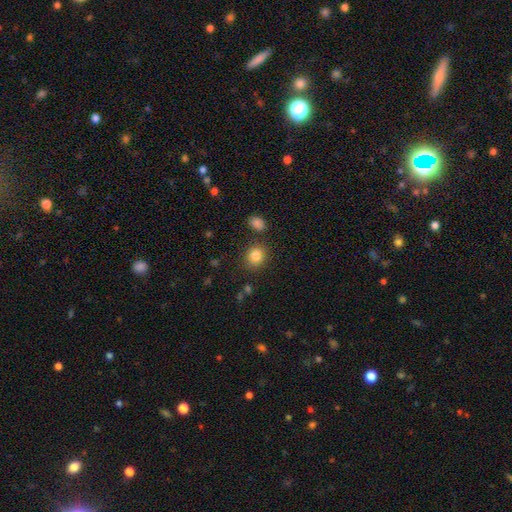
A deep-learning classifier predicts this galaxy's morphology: type=smooth (84%); roundness=round (71%); merging=none (81%).